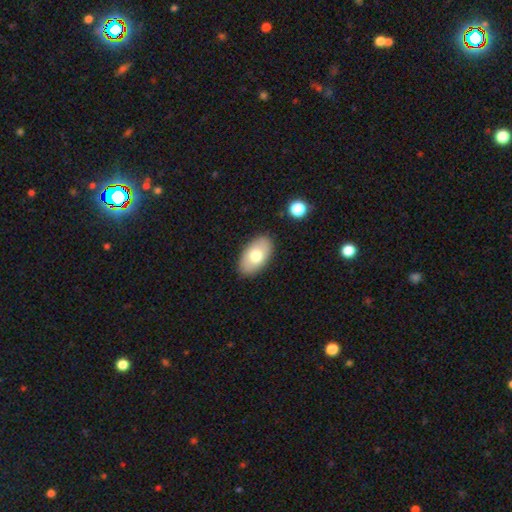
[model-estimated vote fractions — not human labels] smooth 72%, featured or disk 22%, star or artifact 6%. Down the decision tree: how rounded — in between (94%); merging — none (87%).